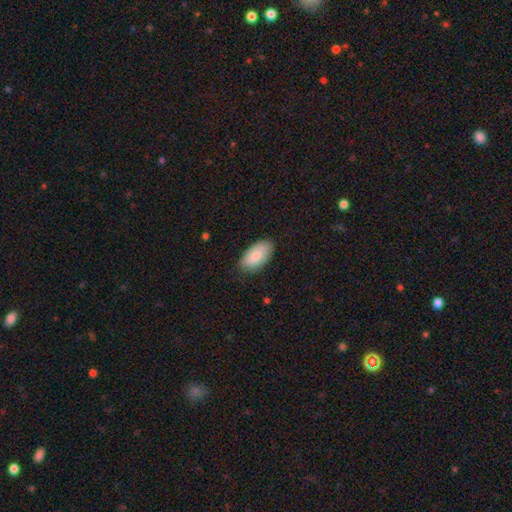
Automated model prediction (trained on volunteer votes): Morphology: type=smooth (86%); roundness=in between (95%); merging=none (81%).